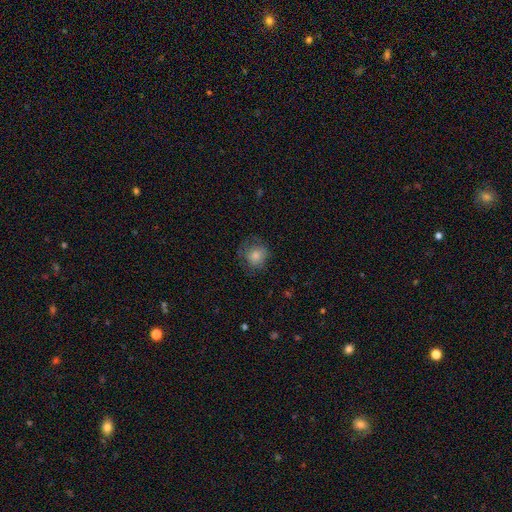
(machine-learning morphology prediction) Smooth or featured? Predicted: smooth (p=0.77). How rounded? Predicted: round (p=0.81). Merging? Predicted: none (p=0.64).